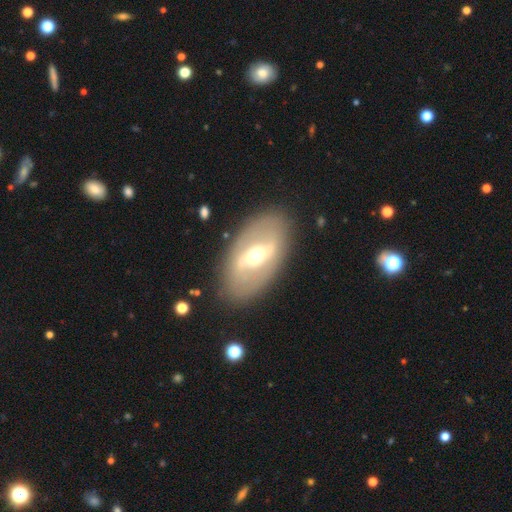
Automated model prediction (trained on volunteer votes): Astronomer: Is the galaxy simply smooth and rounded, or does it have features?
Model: featured or disk — 71%.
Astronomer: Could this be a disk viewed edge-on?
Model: no — 89%.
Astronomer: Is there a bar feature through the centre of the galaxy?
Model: strong — 53% (runner-up: weak, 35%).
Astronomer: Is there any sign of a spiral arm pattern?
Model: no — 61% (runner-up: yes, 39%).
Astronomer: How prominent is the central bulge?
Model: moderate — 70%.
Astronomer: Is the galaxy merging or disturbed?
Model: none — 84%.